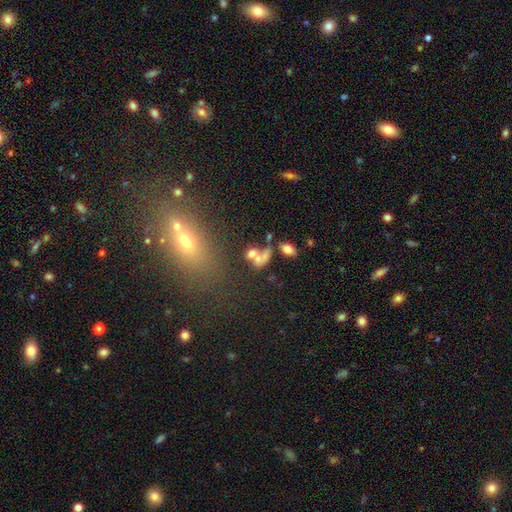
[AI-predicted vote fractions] smooth-or-featured: smooth: 59% | featured or disk: 26% | star or artifact: 15%
  how-rounded: in between: 69% | round: 27% | cigar-shaped: 4%
  merging: merger: 52% | none: 25% | major disturbance: 12% | minor disturbance: 11%